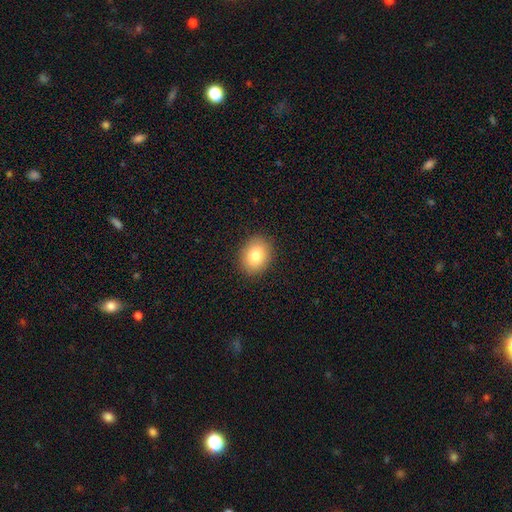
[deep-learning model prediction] Smooth or featured? Predicted: smooth (p=0.82). How rounded? Predicted: in between (p=0.56). Merging? Predicted: none (p=0.89).